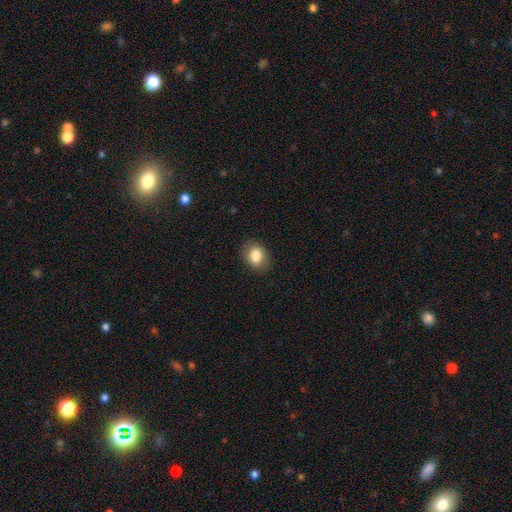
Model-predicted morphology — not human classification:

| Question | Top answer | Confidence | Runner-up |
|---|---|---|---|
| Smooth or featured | smooth | 83% | star or artifact (8%) |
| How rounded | in between | 62% | round (37%) |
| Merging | none | 85% | minor disturbance (11%) |